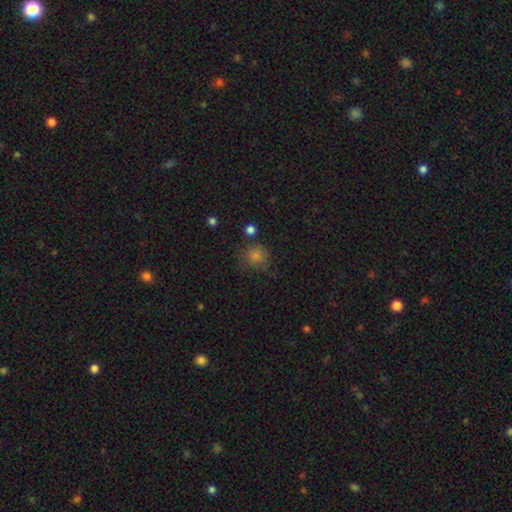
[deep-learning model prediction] smooth_or_featured: smooth (p=0.71) [alt: star or artifact p=0.20]
how_rounded: round (p=0.87) [alt: in between p=0.12]
merging: none (p=0.66) [alt: minor disturbance p=0.20]